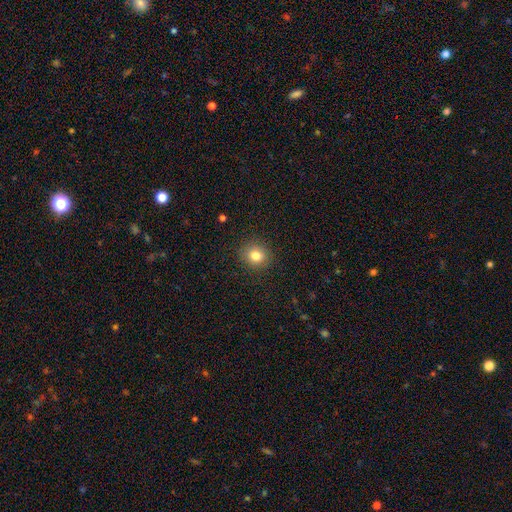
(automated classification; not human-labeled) This is clearly a smooth galaxy (82%). How rounded: clearly round (82%). Merging: clearly none (90%).